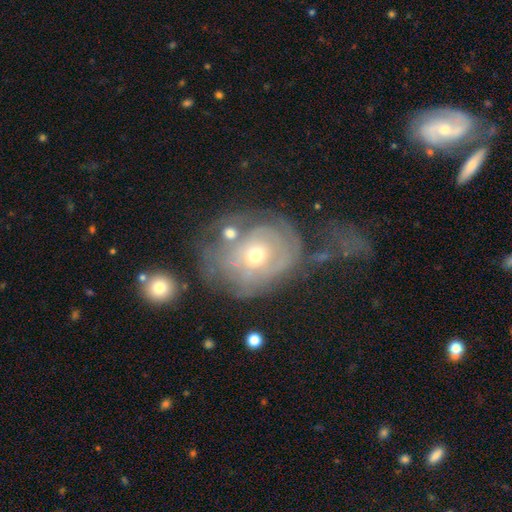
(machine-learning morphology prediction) Smooth or featured?
  - featured or disk: 70% *
  - smooth: 21%
  - star or artifact: 9%
Edge-on disk?
  - no: 96% *
  - yes: 4%
Bar?
  - no: 81% *
  - weak: 15%
  - strong: 4%
Spiral arms?
  - yes: 69% *
  - no: 31%
Bulge size?
  - moderate: 50% *
  - small: 45%
  - large: 3%
  - dominant: 1%
  - none: 1%
Merging?
  - none: 40% *
  - major disturbance: 25%
  - minor disturbance: 21%
  - merger: 15%